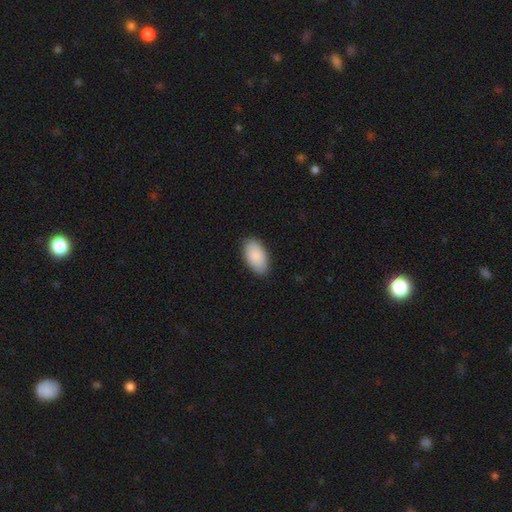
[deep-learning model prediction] This is clearly a smooth galaxy (90%). How rounded: clearly in between (95%). Merging: clearly none (87%).